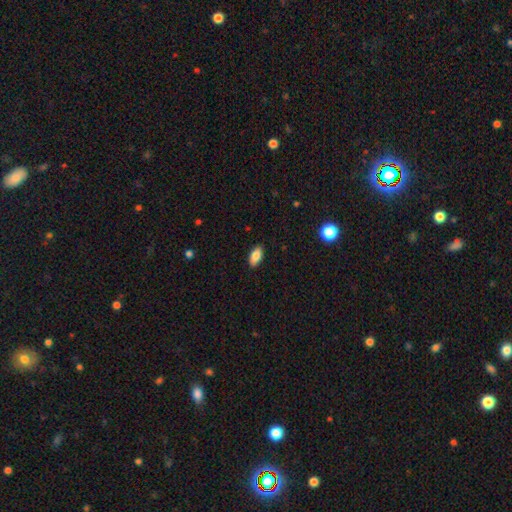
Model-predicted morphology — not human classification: type=smooth (84%); roundness=in between (91%); merging=none (88%).